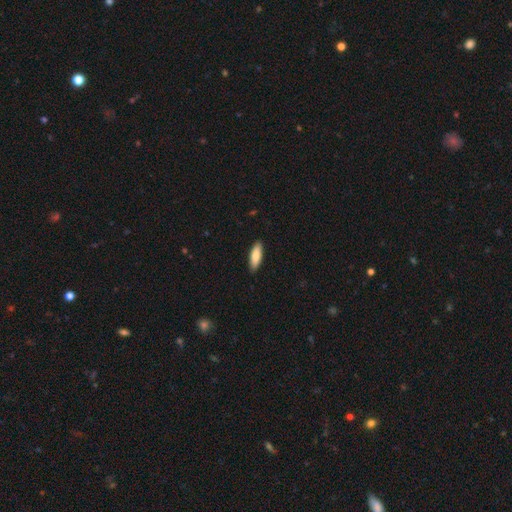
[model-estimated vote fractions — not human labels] A smooth galaxy with no disk features (83%) that is in between round and cigar-shaped (58%). Merging: none (88%).